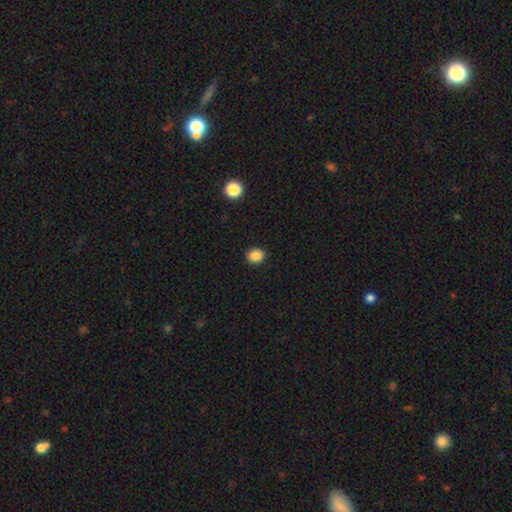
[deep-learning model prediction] Smooth or featured? Predicted: smooth (p=0.86). How rounded? Predicted: round (p=0.80). Merging? Predicted: none (p=0.92).